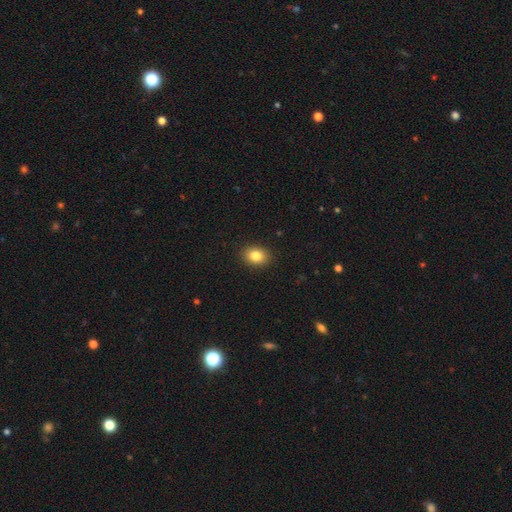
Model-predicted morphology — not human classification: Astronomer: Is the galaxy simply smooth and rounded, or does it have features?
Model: smooth — 84%.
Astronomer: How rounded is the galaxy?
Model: in between — 69%.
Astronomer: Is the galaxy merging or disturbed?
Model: none — 90%.